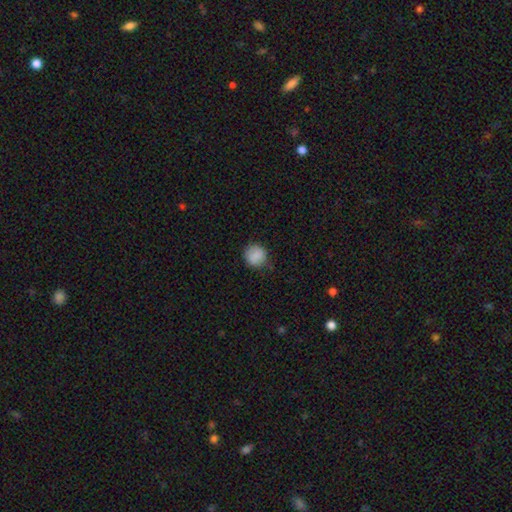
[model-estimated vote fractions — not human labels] Smooth or featured? Predicted: smooth (p=0.86). How rounded? Predicted: round (p=0.91). Merging? Predicted: none (p=0.82).